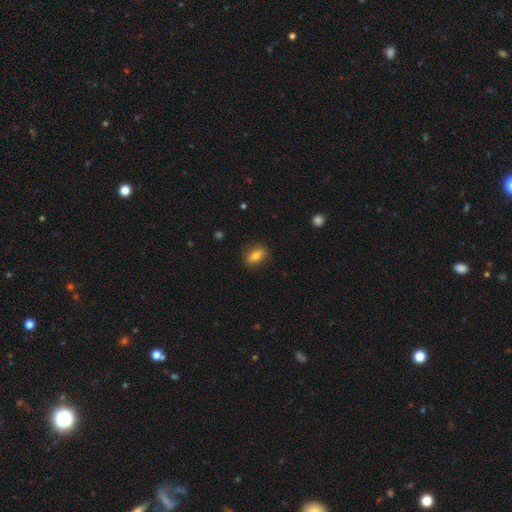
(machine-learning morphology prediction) Smooth or featured? smooth (77%)
How rounded? in between (76%)
Merging? none (86%)